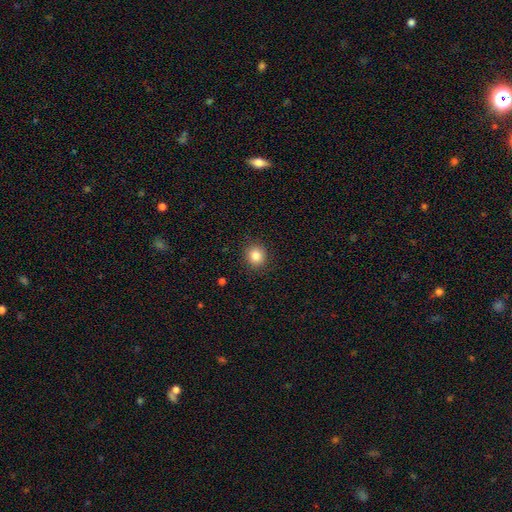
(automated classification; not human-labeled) Smooth or featured? Predicted: smooth (p=0.84). How rounded? Predicted: round (p=0.85). Merging? Predicted: none (p=0.90).